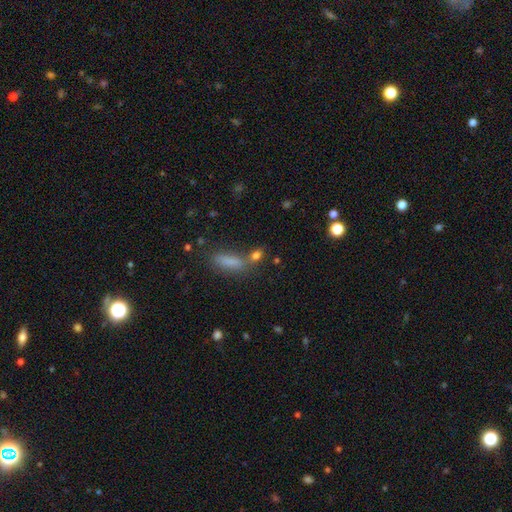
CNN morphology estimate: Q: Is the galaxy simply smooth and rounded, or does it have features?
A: smooth — 75%.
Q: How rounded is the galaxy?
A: in between — 56%.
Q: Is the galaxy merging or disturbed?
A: none — 54%.